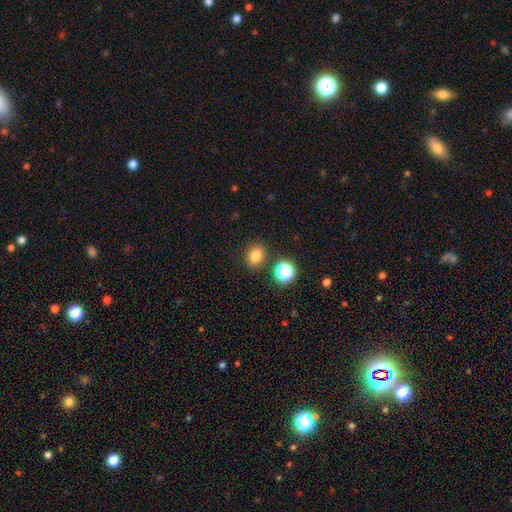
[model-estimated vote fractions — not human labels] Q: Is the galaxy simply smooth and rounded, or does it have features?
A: smooth — 79%.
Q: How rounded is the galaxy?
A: in between — 52%.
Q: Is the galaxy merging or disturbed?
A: none — 83%.